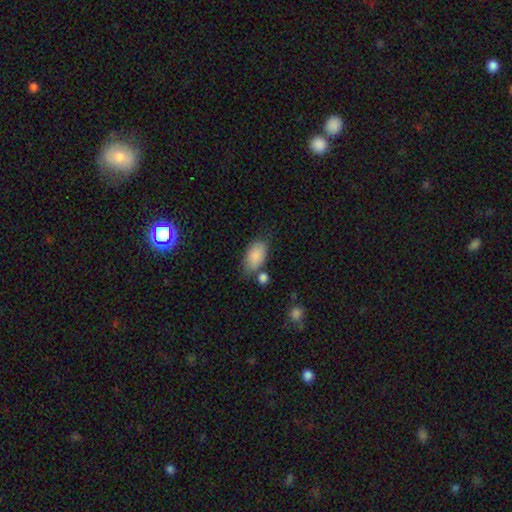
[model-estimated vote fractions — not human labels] smooth-or-featured: smooth: 86% | featured or disk: 7% | star or artifact: 7%
  how-rounded: in between: 92% | round: 5% | cigar-shaped: 2%
  merging: none: 60% | minor disturbance: 20% | merger: 14% | major disturbance: 6%